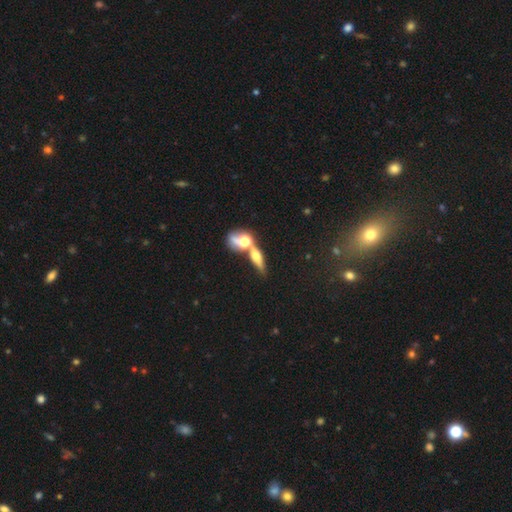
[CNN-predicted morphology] Smooth or featured? Predicted: smooth (p=0.50). How rounded? Predicted: in between (p=0.46). Merging? Predicted: merger (p=0.53).